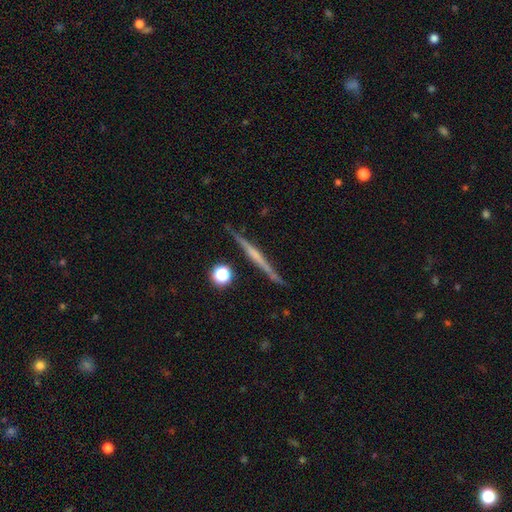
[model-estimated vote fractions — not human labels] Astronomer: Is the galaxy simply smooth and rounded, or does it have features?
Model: featured or disk — 68%.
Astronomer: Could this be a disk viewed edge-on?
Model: yes — 97%.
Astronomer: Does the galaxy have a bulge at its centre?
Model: none — 62%.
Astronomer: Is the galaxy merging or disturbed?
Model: none — 87%.